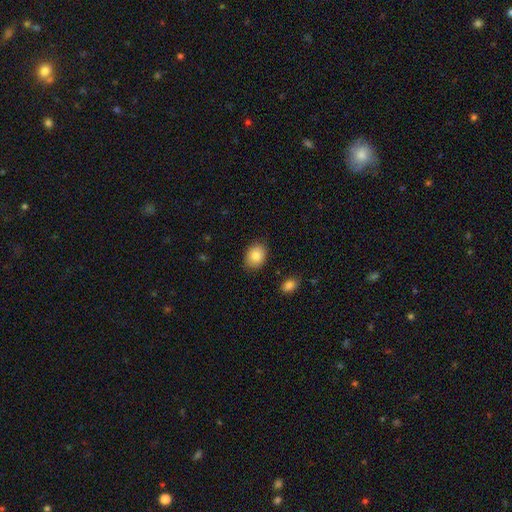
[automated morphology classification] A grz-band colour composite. It shows a smooth galaxy with no disk features (84%) that is in between round and cigar-shaped (67%). Merging: none (84%).